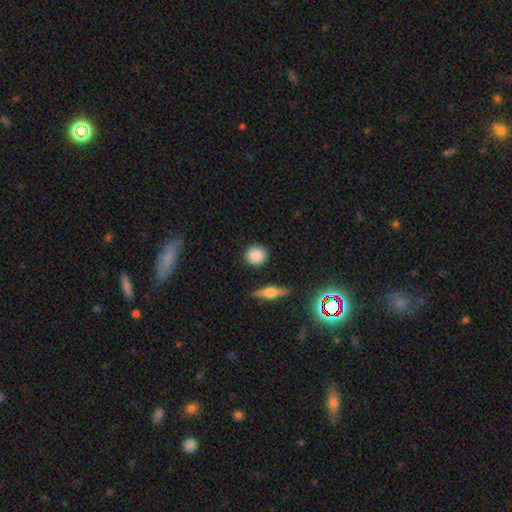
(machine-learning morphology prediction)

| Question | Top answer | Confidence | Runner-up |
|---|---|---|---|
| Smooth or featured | smooth | 85% | star or artifact (8%) |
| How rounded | round | 90% | in between (8%) |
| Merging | none | 89% | minor disturbance (7%) |